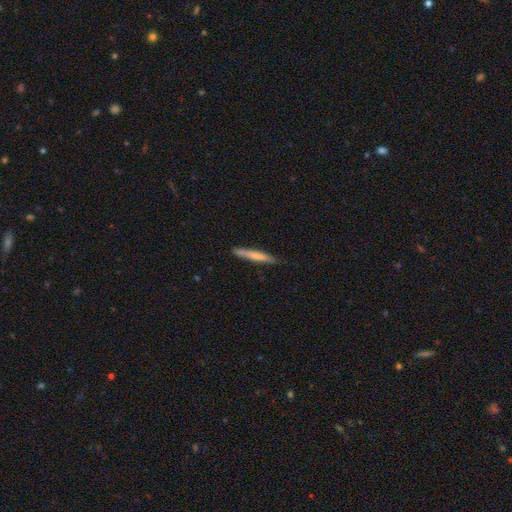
smooth-or-featured: smooth: 71% | featured or disk: 24% | star or artifact: 5%
  how-rounded: cigar-shaped: 96% | in between: 4% | round: 0%
  merging: none: 83% | minor disturbance: 14% | merger: 3% | major disturbance: 0%